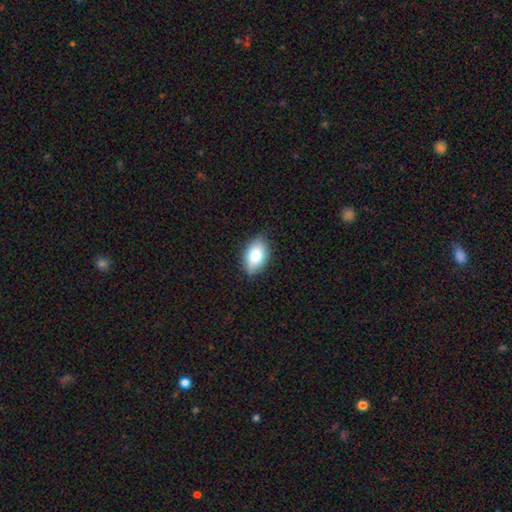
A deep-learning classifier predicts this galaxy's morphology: Smooth or featured?
  - smooth: 76% *
  - featured or disk: 16%
  - star or artifact: 8%
How rounded?
  - in between: 87% *
  - round: 11%
  - cigar-shaped: 2%
Merging?
  - none: 77% *
  - minor disturbance: 19%
  - major disturbance: 3%
  - merger: 1%